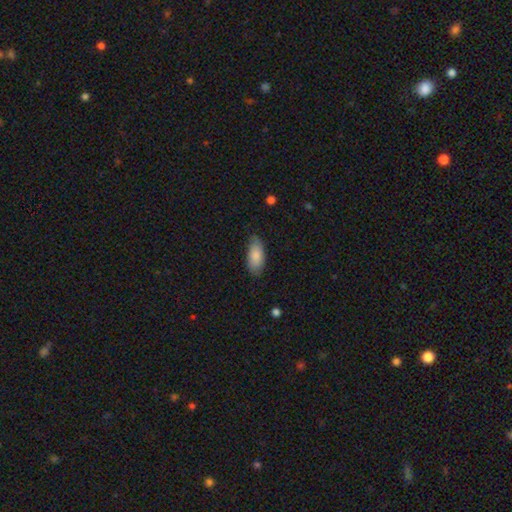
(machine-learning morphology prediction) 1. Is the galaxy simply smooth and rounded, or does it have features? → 86% smooth, 9% featured or disk, 6% star or artifact.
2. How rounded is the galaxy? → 88% in between, 10% cigar-shaped, 2% round.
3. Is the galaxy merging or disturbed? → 75% none, 21% minor disturbance, 3% major disturbance, 1% merger.